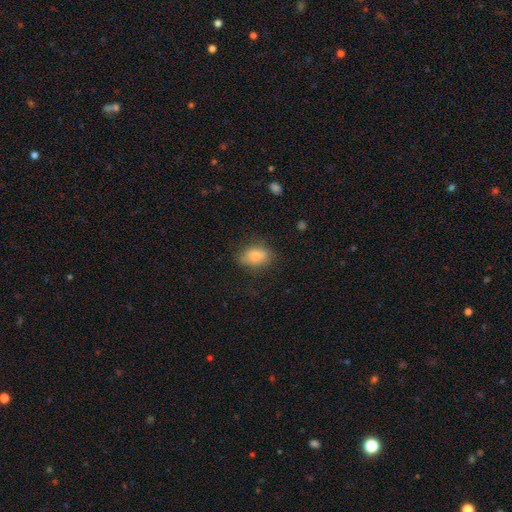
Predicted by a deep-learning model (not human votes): Overall: smooth (83%). How rounded: in between (82%). Merging: none (69%).